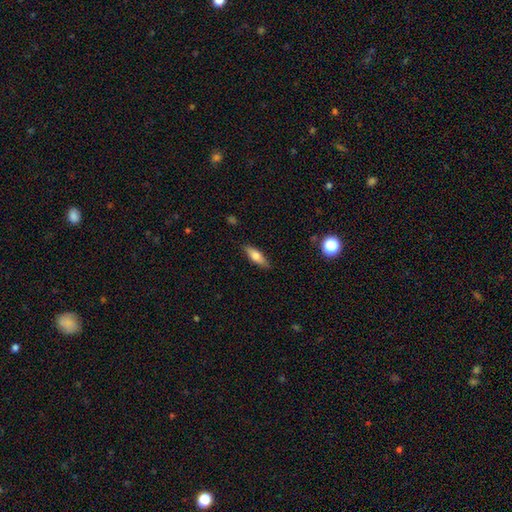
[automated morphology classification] Smooth or featured? Predicted: smooth (p=0.66). How rounded? Predicted: in between (p=0.55). Merging? Predicted: none (p=0.85).